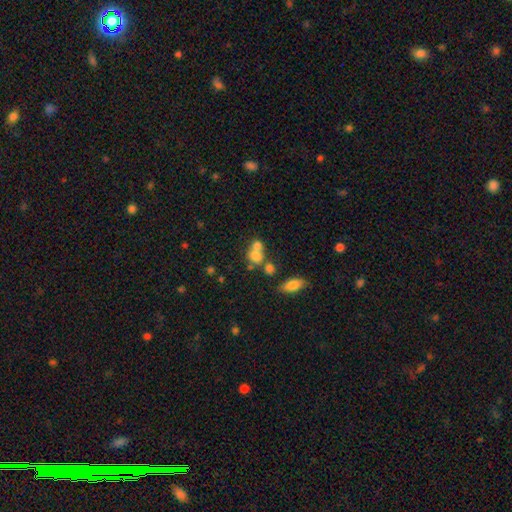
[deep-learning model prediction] Smooth or featured? smooth (71%)
How rounded? round (62%)
Merging? merger (55%)